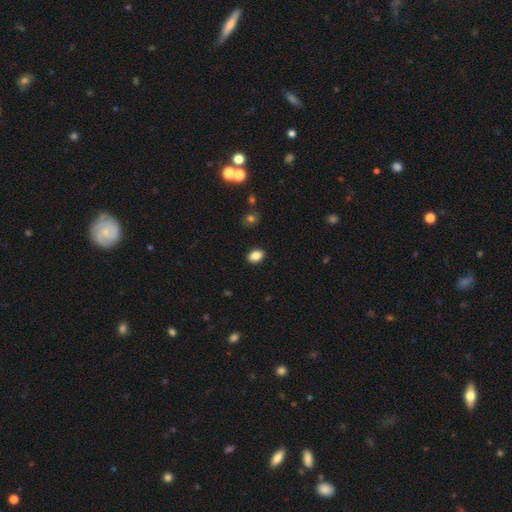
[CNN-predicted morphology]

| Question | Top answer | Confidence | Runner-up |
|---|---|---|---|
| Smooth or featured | smooth | 85% | star or artifact (9%) |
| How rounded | in between | 76% | round (23%) |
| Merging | none | 90% | minor disturbance (7%) |